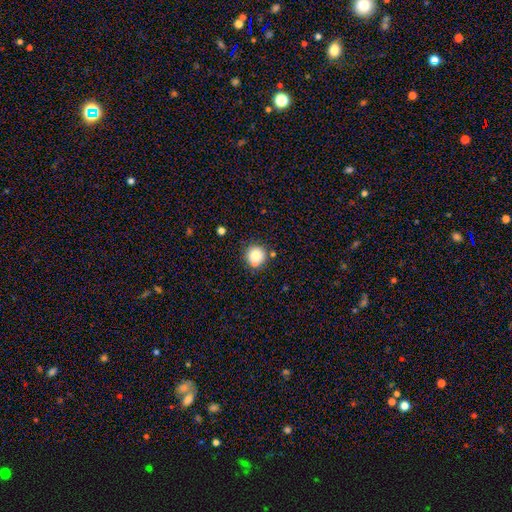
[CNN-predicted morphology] Smooth or featured?
  - smooth: 80% *
  - star or artifact: 11%
  - featured or disk: 9%
How rounded?
  - round: 94% *
  - in between: 5%
  - cigar-shaped: 1%
Merging?
  - none: 76% *
  - minor disturbance: 11%
  - merger: 10%
  - major disturbance: 3%